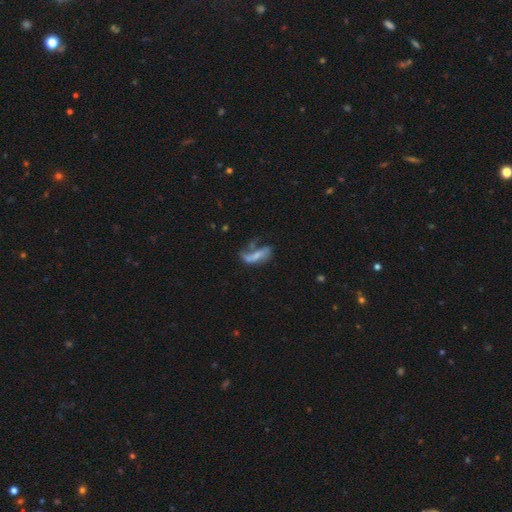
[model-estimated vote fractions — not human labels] Q: Smooth or featured?
A: smooth (47%); runner-up: featured or disk (42%)
Q: Merging?
A: major disturbance (35%); runner-up: none (25%)